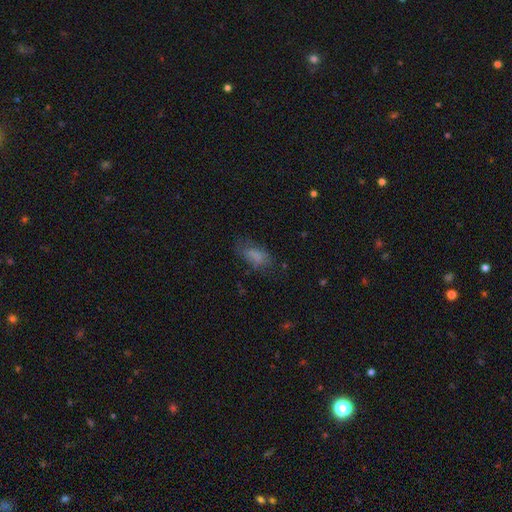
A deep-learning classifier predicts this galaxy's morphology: A smooth galaxy with no disk features (73%) that is in between round and cigar-shaped (88%).

Vote fractions:
- Smooth or featured? smooth: 73% / featured or disk: 15% / star or artifact: 11%
- How rounded? in between: 88% / cigar-shaped: 8% / round: 4%
- Merging? none: 60% / minor disturbance: 24% / major disturbance: 14% / merger: 2%